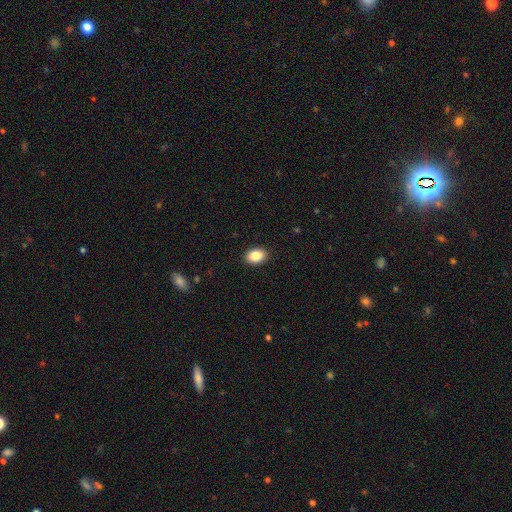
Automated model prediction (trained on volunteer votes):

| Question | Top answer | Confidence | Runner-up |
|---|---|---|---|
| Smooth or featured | smooth | 87% | star or artifact (8%) |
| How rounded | in between | 78% | round (21%) |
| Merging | none | 90% | minor disturbance (7%) |